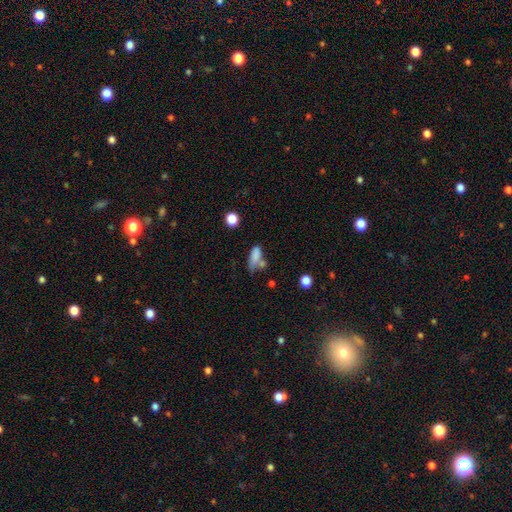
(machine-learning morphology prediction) smooth 77%, featured or disk 12%, star or artifact 11%. Down the decision tree: how rounded — in between (79%); merging — none (34%).